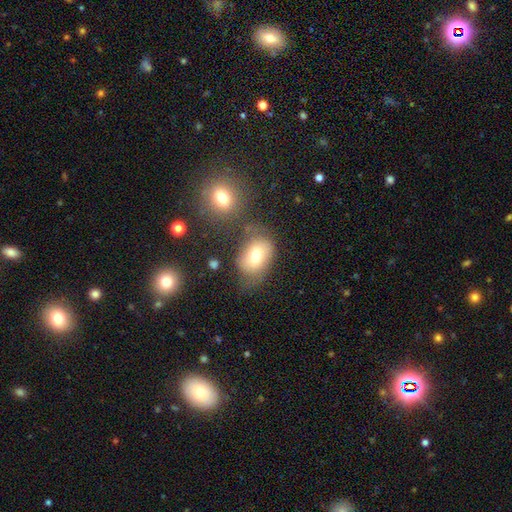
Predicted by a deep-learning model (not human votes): smooth_or_featured: smooth (p=0.70) [alt: featured or disk p=0.20]
how_rounded: in between (p=0.78) [alt: round p=0.20]
merging: none (p=0.51) [alt: minor disturbance p=0.25]